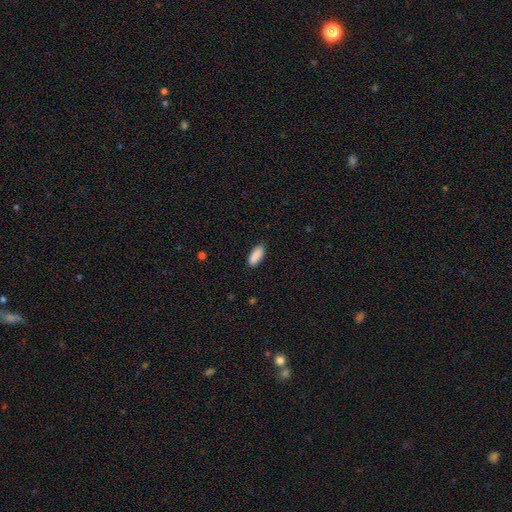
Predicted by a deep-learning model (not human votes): Smooth or featured?
  - smooth: 89% *
  - star or artifact: 7%
  - featured or disk: 4%
How rounded?
  - in between: 74% *
  - cigar-shaped: 24%
  - round: 2%
Merging?
  - none: 86% *
  - minor disturbance: 11%
  - major disturbance: 2%
  - merger: 1%